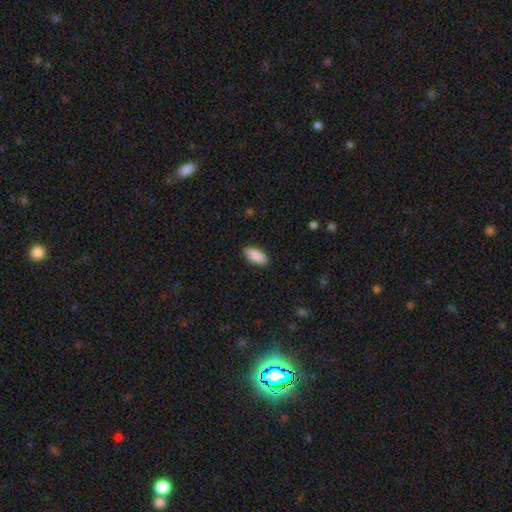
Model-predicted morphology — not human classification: A smooth galaxy with no disk features (90%) that is in between round and cigar-shaped (88%). Merging: none (89%).